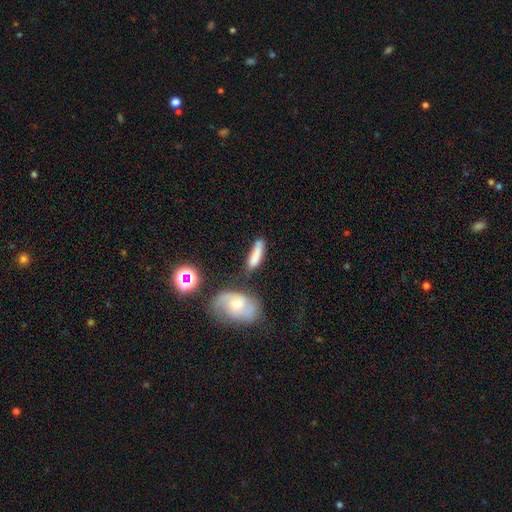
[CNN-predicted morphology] Q: Smooth or featured?
A: smooth (73%); runner-up: featured or disk (19%)
Q: How rounded?
A: cigar-shaped (67%); runner-up: in between (31%)
Q: Merging?
A: none (47%); runner-up: merger (23%)